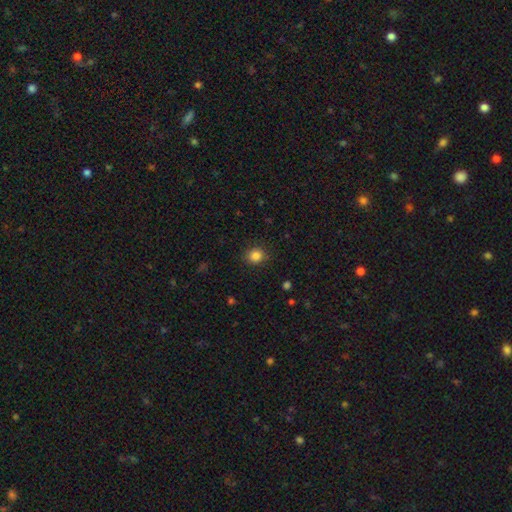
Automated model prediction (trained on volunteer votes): Overall: smooth (85%). How rounded: round (79%). Merging: none (86%).